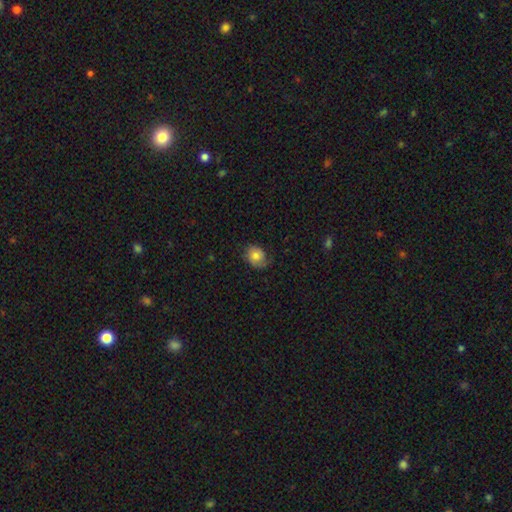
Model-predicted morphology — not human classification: Overall: smooth (60%; featured or disk 31%). How rounded: round (54%; in between 45%). Merging: none (64%; minor disturbance 25%).